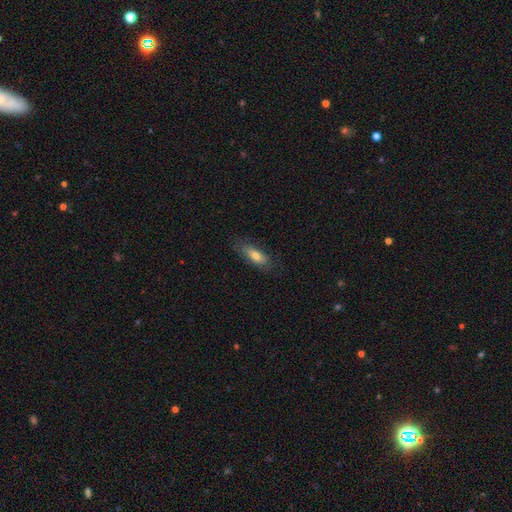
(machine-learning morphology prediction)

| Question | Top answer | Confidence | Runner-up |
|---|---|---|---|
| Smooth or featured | smooth | 66% | featured or disk (27%) |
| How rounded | in between | 68% | cigar-shaped (29%) |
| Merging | none | 78% | minor disturbance (17%) |